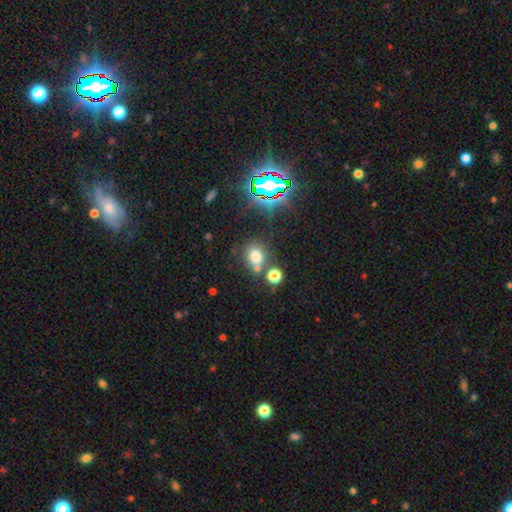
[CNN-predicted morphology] Smooth or featured? Predicted: smooth (p=0.69). How rounded? Predicted: round (p=0.63). Merging? Predicted: none (p=0.57).